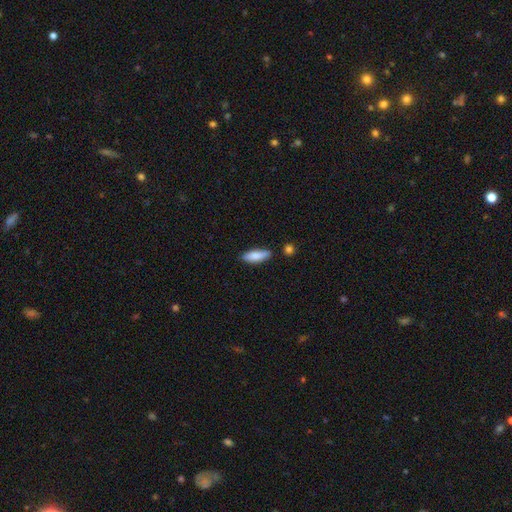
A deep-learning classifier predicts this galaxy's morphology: type=smooth (84%); roundness=in between (57%); merging=none (78%).